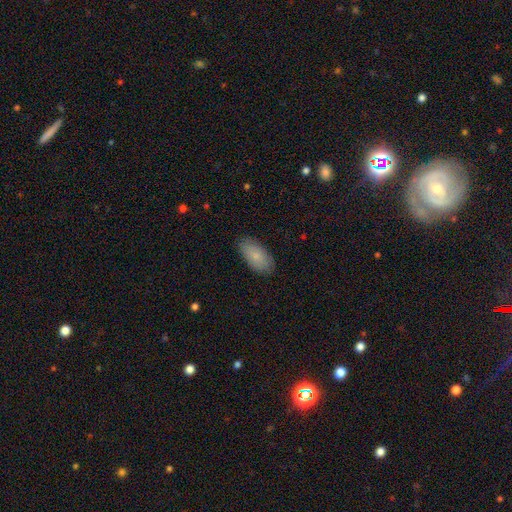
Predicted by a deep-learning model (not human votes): The model was most divided on "smooth or featured": smooth: 83%, featured or disk: 10%, star or artifact: 6%. More confident: how rounded — in between (92%); merging — none (86%).